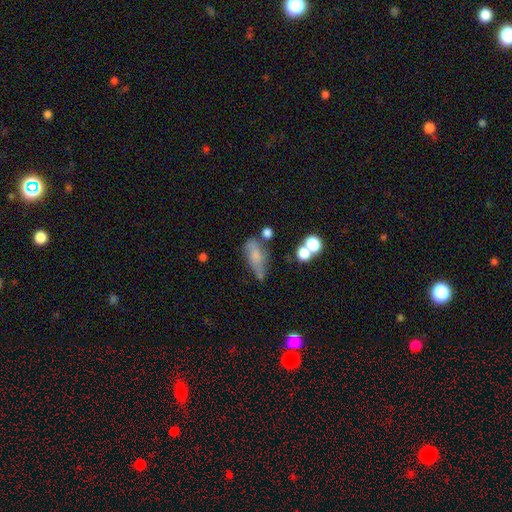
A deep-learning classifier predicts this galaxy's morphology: smooth-or-featured: smooth: 57% | featured or disk: 31% | star or artifact: 12%
  how-rounded: in between: 67% | cigar-shaped: 26% | round: 7%
  merging: none: 43% | minor disturbance: 29% | major disturbance: 15% | merger: 12%